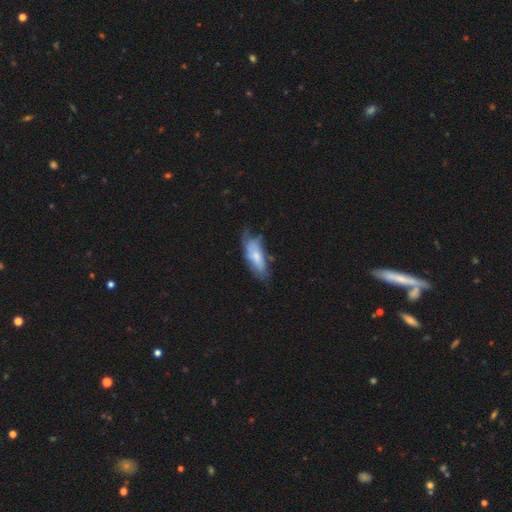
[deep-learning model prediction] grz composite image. It shows a smooth galaxy with no disk features (57%) that is in between round and cigar-shaped (72%). Merging: none (43%).